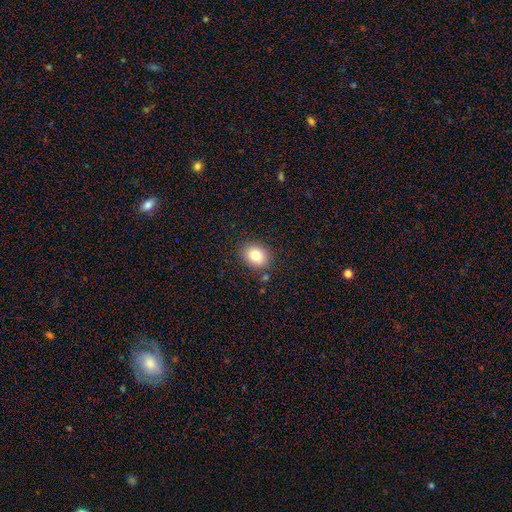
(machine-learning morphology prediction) type=smooth (80%); roundness=round (50%); merging=none (85%).